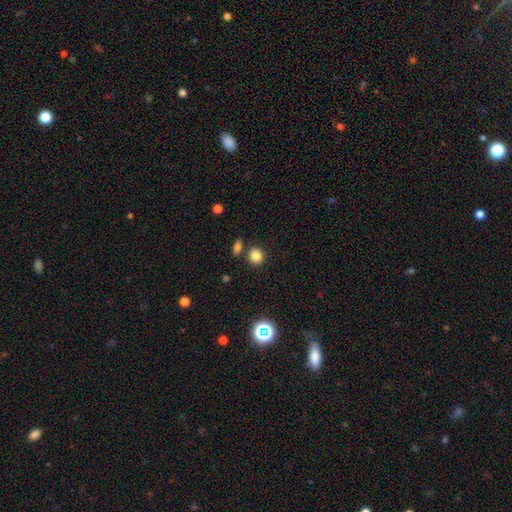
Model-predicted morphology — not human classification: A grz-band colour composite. It shows a smooth galaxy with no disk features (83%) that is round (83%). Merging: none (77%).